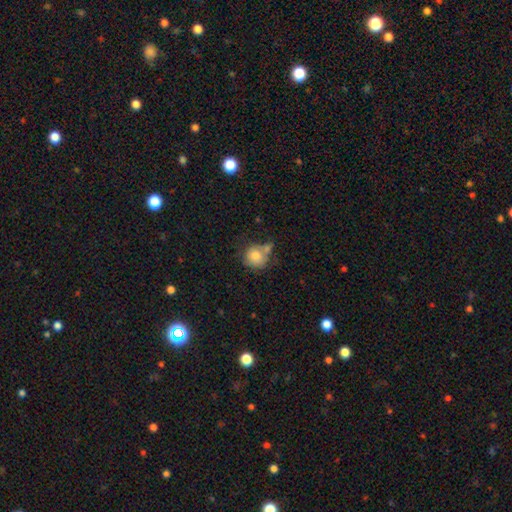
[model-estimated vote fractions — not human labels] Smooth or featured: smooth — 77% (featured or disk — 14%)
How rounded: round — 86% (in between — 13%)
Merging: none — 47% (merger — 27%)